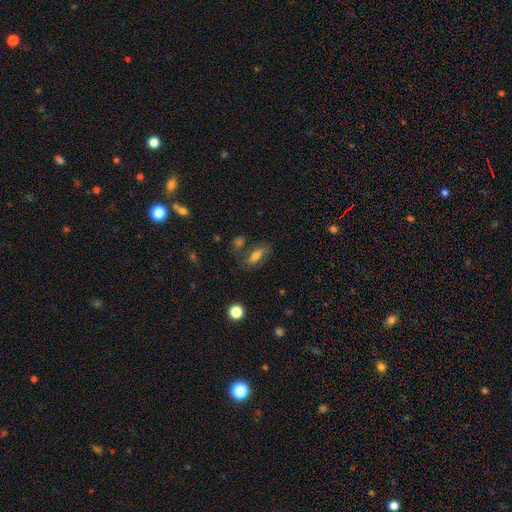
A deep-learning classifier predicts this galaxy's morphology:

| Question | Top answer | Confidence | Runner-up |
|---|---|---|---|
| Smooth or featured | smooth | 60% | featured or disk (28%) |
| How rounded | in between | 72% | cigar-shaped (19%) |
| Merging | none | 58% | minor disturbance (20%) |